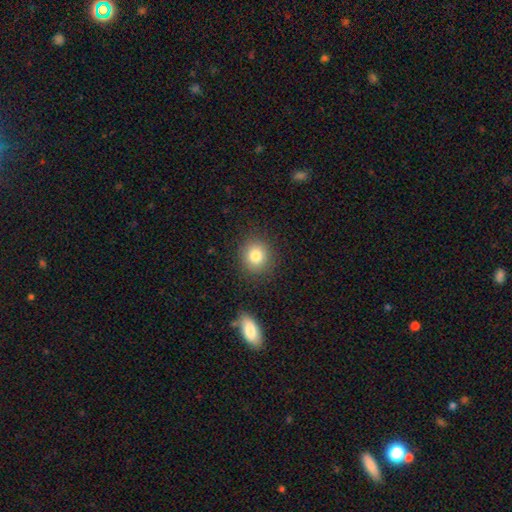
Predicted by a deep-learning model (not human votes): Smooth or featured? Predicted: smooth (p=0.81). How rounded? Predicted: round (p=0.81). Merging? Predicted: none (p=0.87).